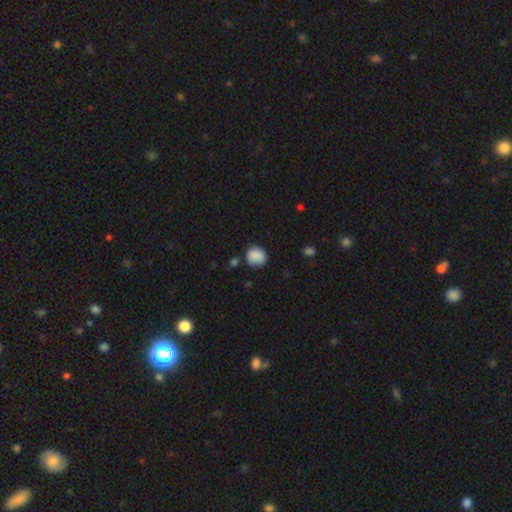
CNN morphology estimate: Q: Smooth or featured?
A: smooth (86%); runner-up: star or artifact (8%)
Q: How rounded?
A: round (78%); runner-up: in between (21%)
Q: Merging?
A: none (72%); runner-up: minor disturbance (19%)